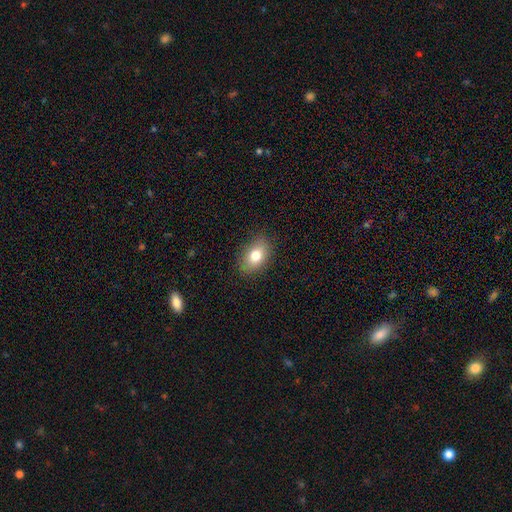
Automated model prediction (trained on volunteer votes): Smooth or featured: smooth — 77% (featured or disk — 14%)
How rounded: in between — 83% (round — 16%)
Merging: none — 86% (minor disturbance — 10%)